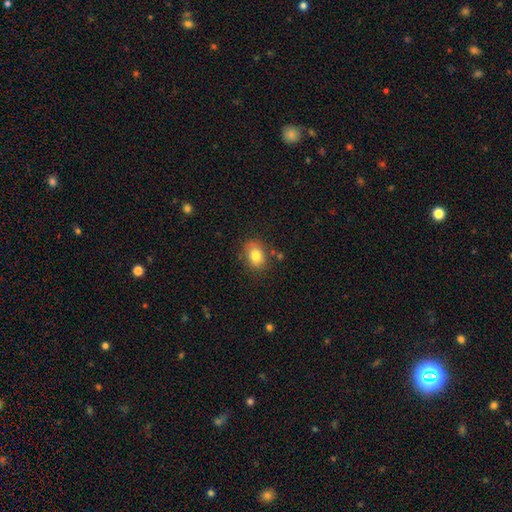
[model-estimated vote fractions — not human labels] Morphology: type=smooth (80%); roundness=in between (60%); merging=none (77%).